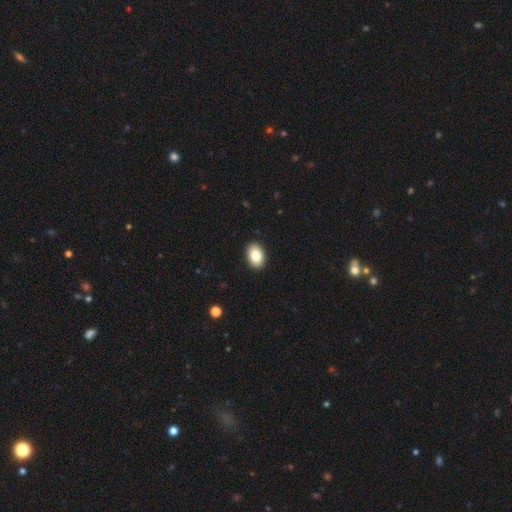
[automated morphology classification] This appears to be a smooth galaxy with no disk features (83%) that is in between round and cigar-shaped (84%). Merging: none (91%).